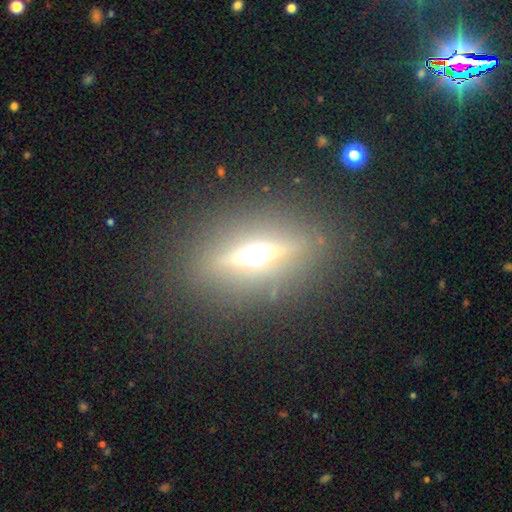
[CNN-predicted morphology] Q: Smooth or featured?
A: featured or disk (60%); runner-up: smooth (21%)
Q: Edge-on disk?
A: yes (84%); runner-up: no (16%)
Q: Edge-on bulge?
A: rounded (93%); runner-up: boxy (6%)
Q: Merging?
A: none (84%); runner-up: minor disturbance (9%)